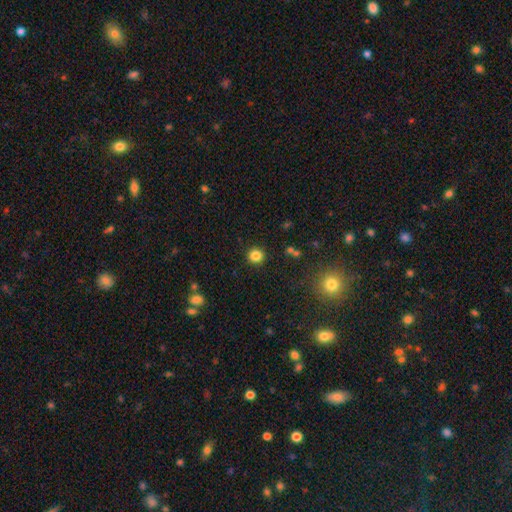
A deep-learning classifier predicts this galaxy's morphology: This appears to be a smooth galaxy with no disk features (83%) that is round (91%). Merging: none (91%).